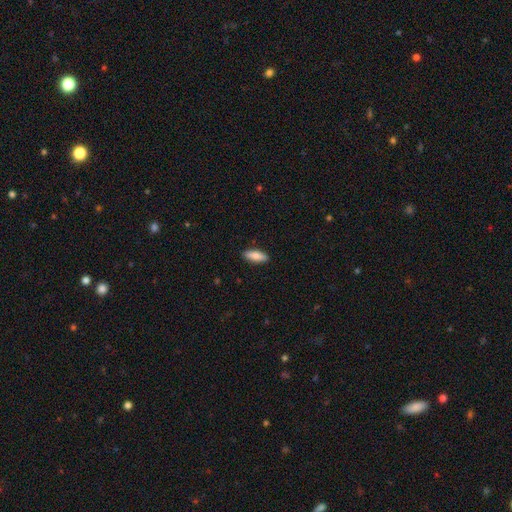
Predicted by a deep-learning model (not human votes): Q: Smooth or featured?
A: smooth (83%); runner-up: featured or disk (11%)
Q: How rounded?
A: in between (63%); runner-up: cigar-shaped (35%)
Q: Merging?
A: none (89%); runner-up: minor disturbance (8%)